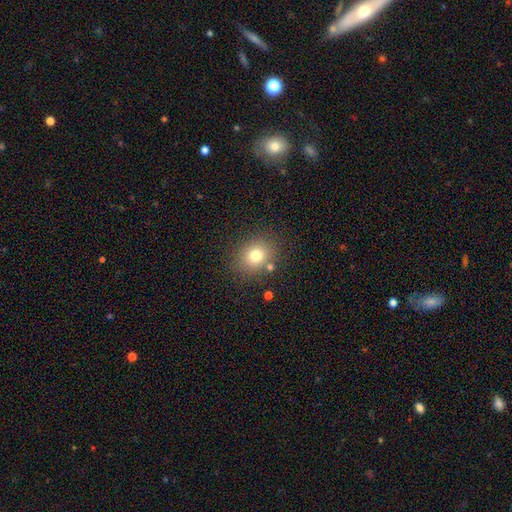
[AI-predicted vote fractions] A smooth galaxy with no disk features (77%) that is round (68%). Merging: none (80%).